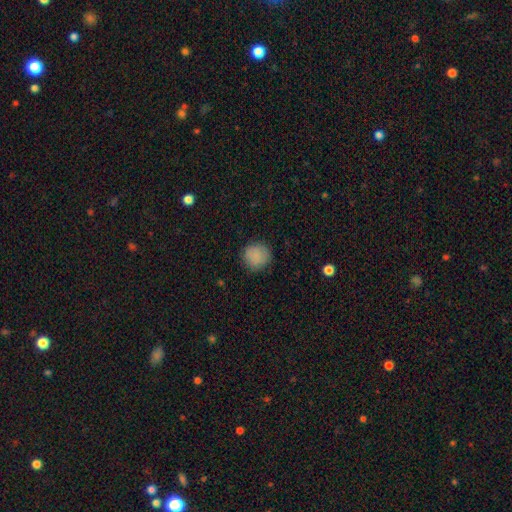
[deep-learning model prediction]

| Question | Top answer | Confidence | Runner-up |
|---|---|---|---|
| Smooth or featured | smooth | 86% | star or artifact (9%) |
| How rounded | round | 88% | in between (11%) |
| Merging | none | 86% | minor disturbance (10%) |